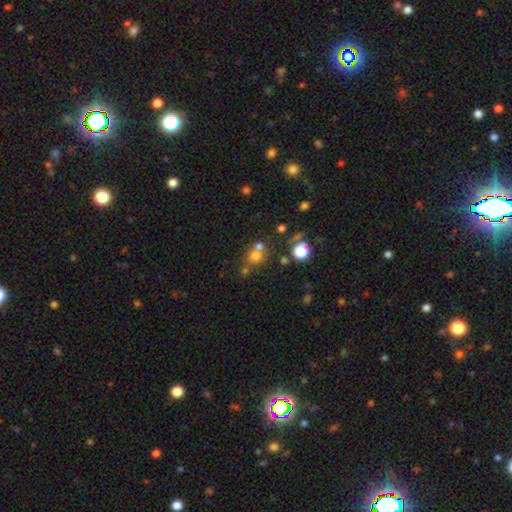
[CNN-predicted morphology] This is likely a smooth galaxy (65%). How rounded: likely round (79%). Merging: possibly none (47%).